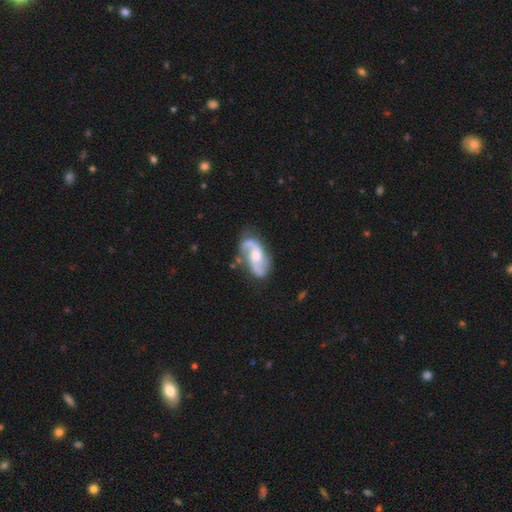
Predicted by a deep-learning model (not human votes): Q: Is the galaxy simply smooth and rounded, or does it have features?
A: featured or disk — 84%.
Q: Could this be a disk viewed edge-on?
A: no — 96%.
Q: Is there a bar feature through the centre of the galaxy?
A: no — 52%.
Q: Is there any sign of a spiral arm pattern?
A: yes — 96%.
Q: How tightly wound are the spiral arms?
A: loose — 47%.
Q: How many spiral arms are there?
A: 2 — 90%.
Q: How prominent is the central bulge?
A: moderate — 61%.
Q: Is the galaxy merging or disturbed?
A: none — 69%.